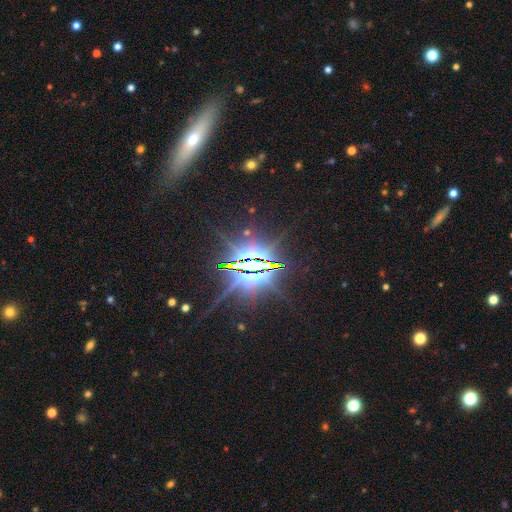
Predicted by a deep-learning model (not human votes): smooth-or-featured: star or artifact: 76% | featured or disk: 14% | smooth: 11%